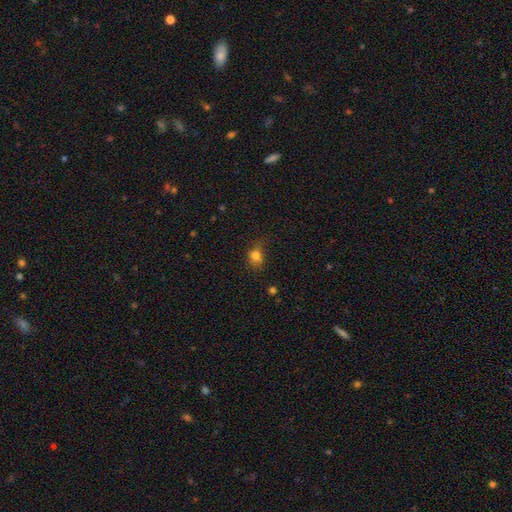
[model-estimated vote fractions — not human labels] Morphology: type=smooth (78%); roundness=round (56%); merging=none (54%).